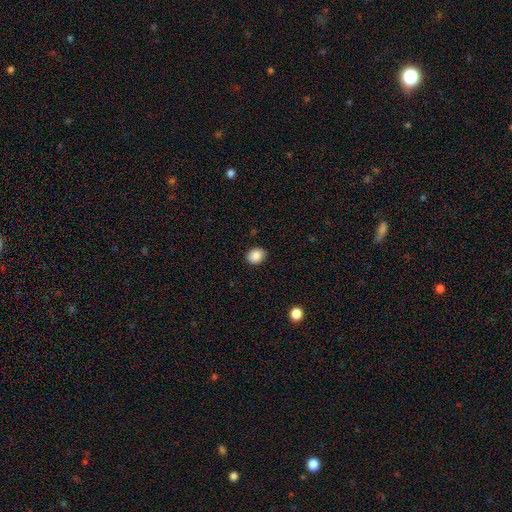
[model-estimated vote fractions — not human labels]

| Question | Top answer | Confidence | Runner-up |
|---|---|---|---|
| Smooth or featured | smooth | 87% | star or artifact (9%) |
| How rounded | round | 60% | in between (39%) |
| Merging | none | 87% | minor disturbance (10%) |